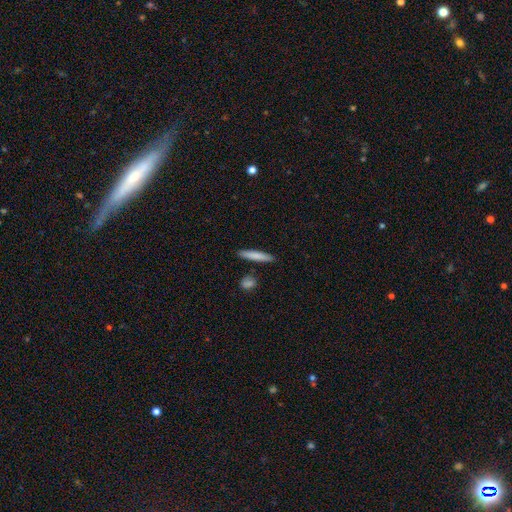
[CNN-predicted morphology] Smooth or featured: smooth — 79% (featured or disk — 15%)
How rounded: cigar-shaped — 92% (in between — 7%)
Merging: none — 88% (minor disturbance — 7%)